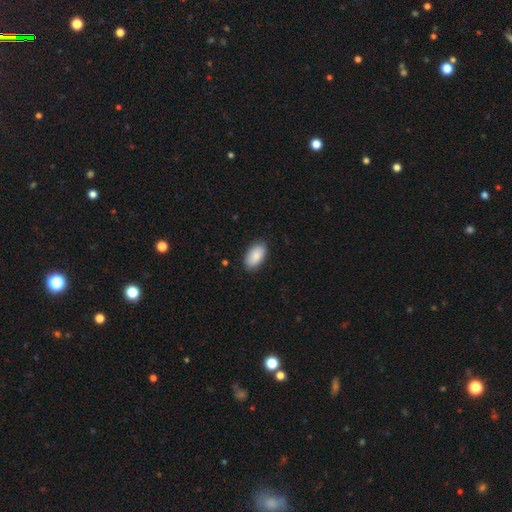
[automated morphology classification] Smooth or featured? Predicted: smooth (p=0.89). How rounded? Predicted: in between (p=0.95). Merging? Predicted: none (p=0.86).